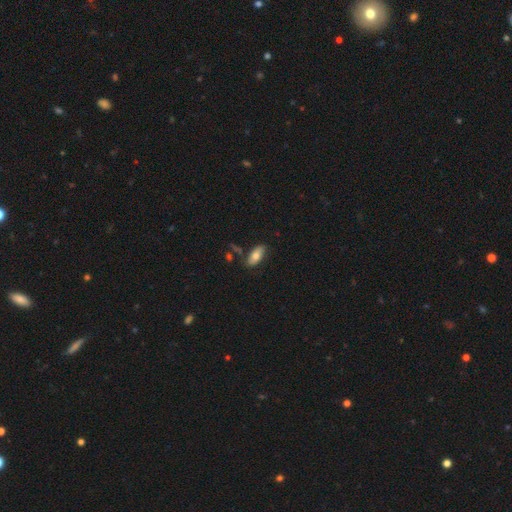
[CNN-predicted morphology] Q: Smooth or featured?
A: smooth (71%); runner-up: featured or disk (22%)
Q: How rounded?
A: in between (86%); runner-up: cigar-shaped (11%)
Q: Merging?
A: none (77%); runner-up: minor disturbance (15%)